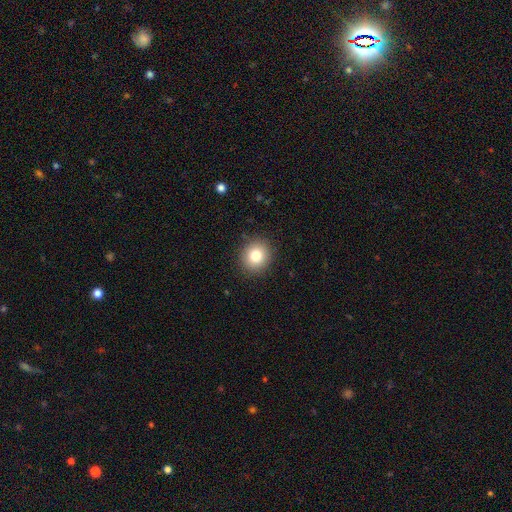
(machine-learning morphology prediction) This is clearly a smooth galaxy (81%). How rounded: clearly round (83%). Merging: clearly none (90%).